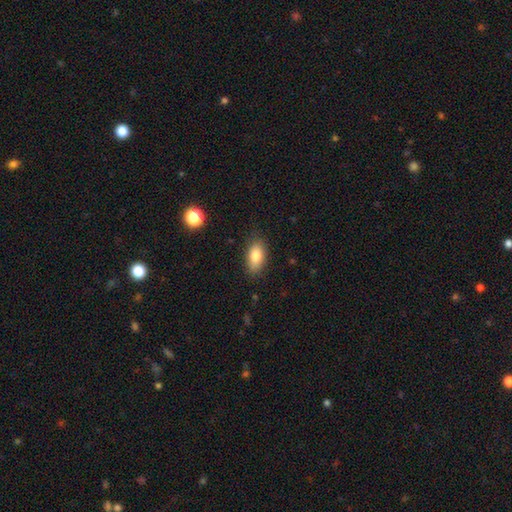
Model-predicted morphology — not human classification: A smooth galaxy with no disk features (82%) that is in between round and cigar-shaped (89%).

Vote fractions:
- Smooth or featured? smooth: 82% / featured or disk: 10% / star or artifact: 8%
- How rounded? in between: 89% / round: 5% / cigar-shaped: 5%
- Merging? none: 83% / minor disturbance: 13% / major disturbance: 3% / merger: 1%